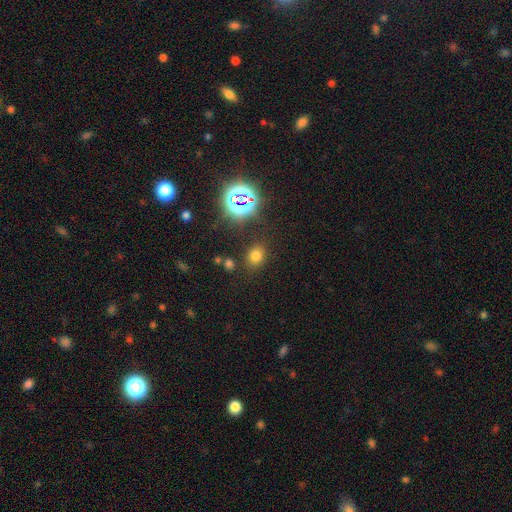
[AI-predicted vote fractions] Overall: smooth (68%). How rounded: round (56%; in between 43%). Merging: none (83%).